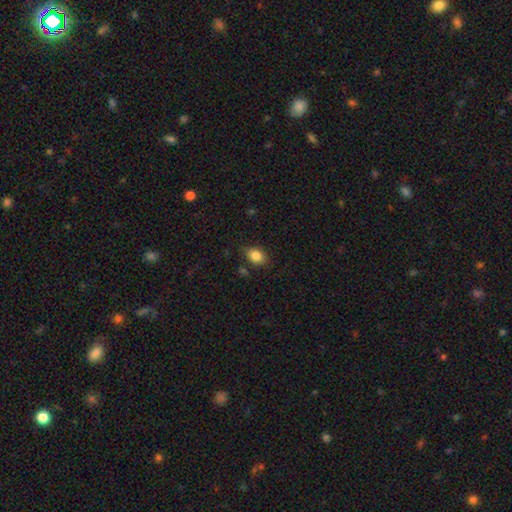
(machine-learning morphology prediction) smooth_or_featured: smooth (p=0.85) [alt: star or artifact p=0.09]
how_rounded: in between (p=0.72) [alt: round p=0.27]
merging: none (p=0.79) [alt: minor disturbance p=0.15]